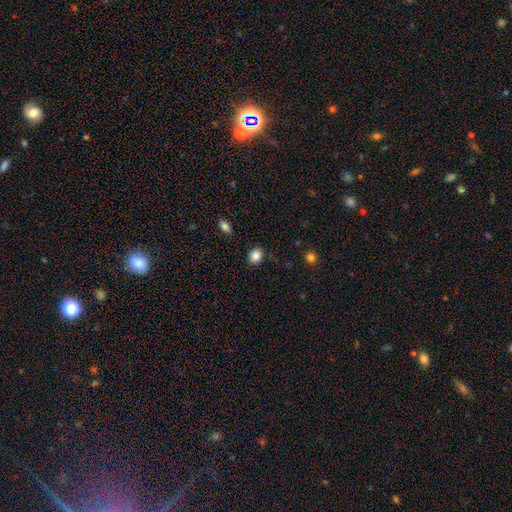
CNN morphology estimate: type=smooth (86%); roundness=round (51%); merging=none (87%).